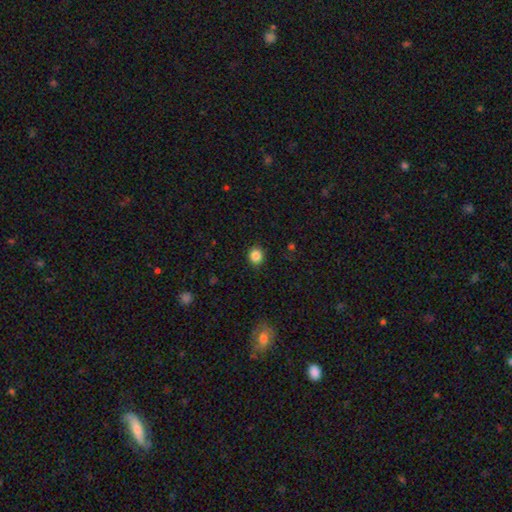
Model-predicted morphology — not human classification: A smooth galaxy with no disk features (85%) that is round (78%).

Vote fractions:
- Smooth or featured? smooth: 85% / star or artifact: 11% / featured or disk: 4%
- How rounded? round: 78% / in between: 21% / cigar-shaped: 1%
- Merging? none: 90% / minor disturbance: 7% / major disturbance: 2% / merger: 1%